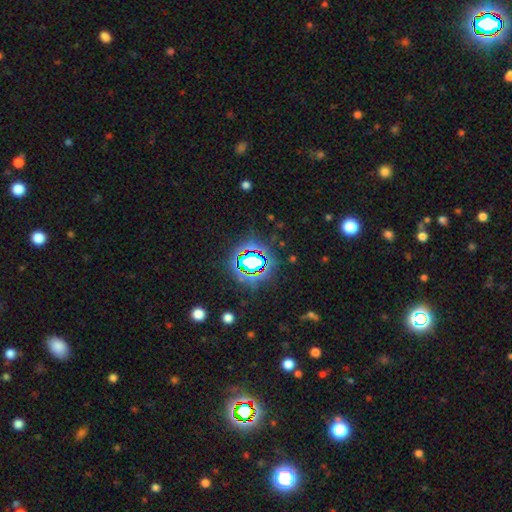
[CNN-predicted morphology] Smooth or featured: star or artifact — 81% (smooth — 12%)